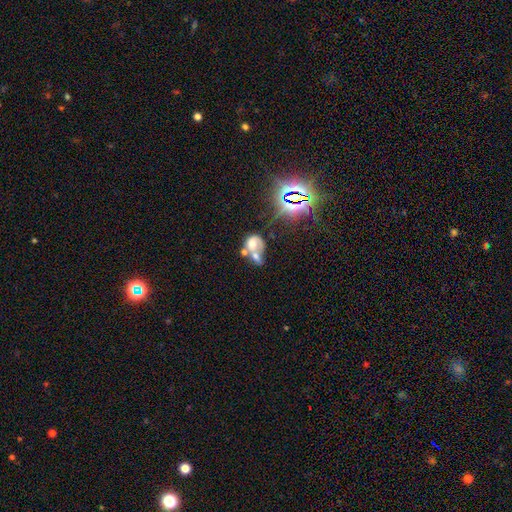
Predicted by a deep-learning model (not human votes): smooth-or-featured: smooth: 48% | featured or disk: 36% | star or artifact: 16%
  merging: merger: 70% | none: 14% | major disturbance: 9% | minor disturbance: 7%